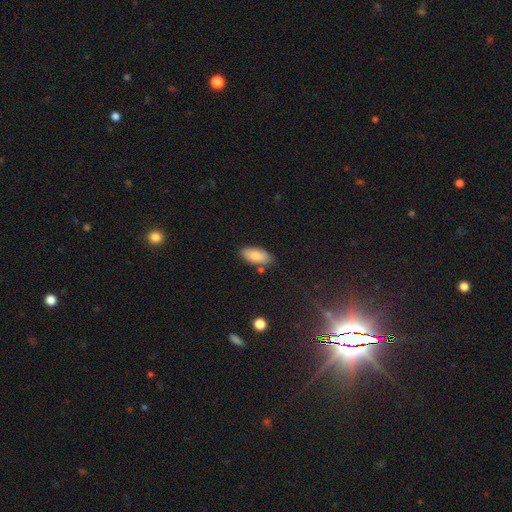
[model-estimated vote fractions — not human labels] The model was most divided on "merging": none: 79%, minor disturbance: 14%, merger: 5%, major disturbance: 3%. More confident: how rounded — in between (89%); smooth or featured — smooth (84%).